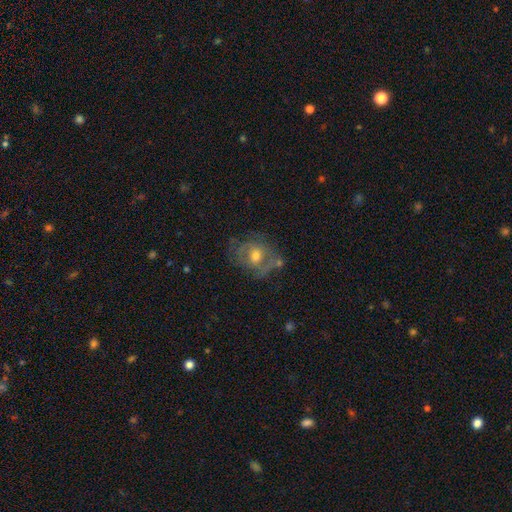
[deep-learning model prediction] Smooth or featured?
  - featured or disk: 57% *
  - smooth: 34%
  - star or artifact: 9%
Edge-on disk?
  - no: 96% *
  - yes: 4%
Bar?
  - no: 65% *
  - weak: 28%
  - strong: 7%
Spiral arms?
  - yes: 52% *
  - no: 48%
Bulge size?
  - moderate: 69% *
  - small: 21%
  - large: 7%
  - none: 2%
  - dominant: 1%
Merging?
  - none: 51% *
  - minor disturbance: 24%
  - major disturbance: 18%
  - merger: 7%